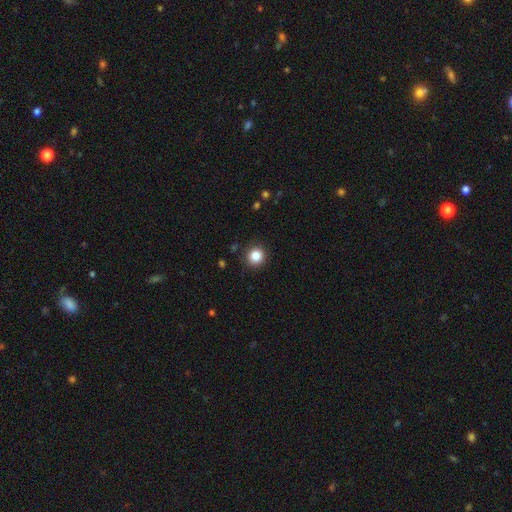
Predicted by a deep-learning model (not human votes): This is clearly a smooth galaxy (85%). How rounded: clearly round (92%). Merging: clearly none (90%).